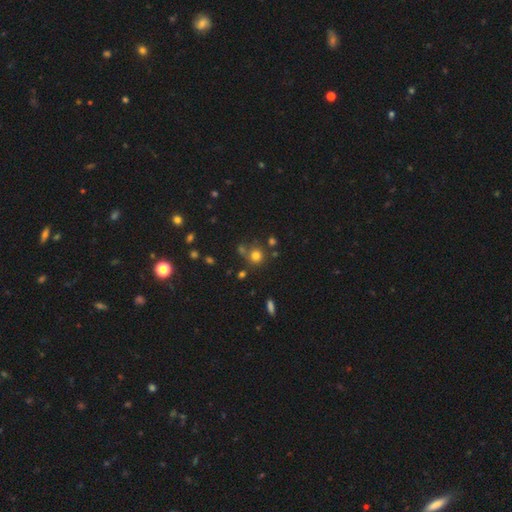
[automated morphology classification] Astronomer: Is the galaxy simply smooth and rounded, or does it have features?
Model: smooth — 75%.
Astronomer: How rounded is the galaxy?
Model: round — 88%.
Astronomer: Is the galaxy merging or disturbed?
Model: none — 67%.